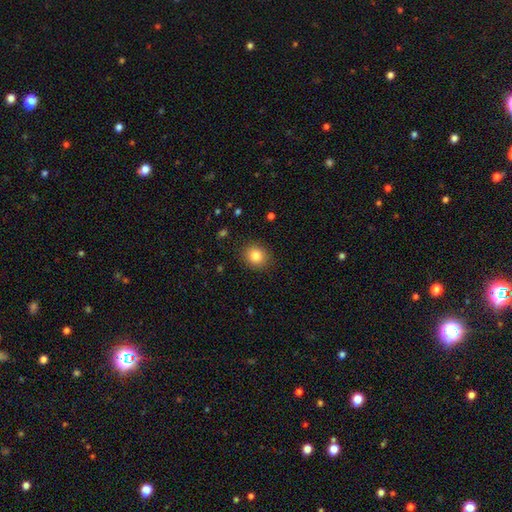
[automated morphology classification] Q: Smooth or featured?
A: smooth (83%); runner-up: star or artifact (10%)
Q: How rounded?
A: round (78%); runner-up: in between (21%)
Q: Merging?
A: none (89%); runner-up: minor disturbance (8%)